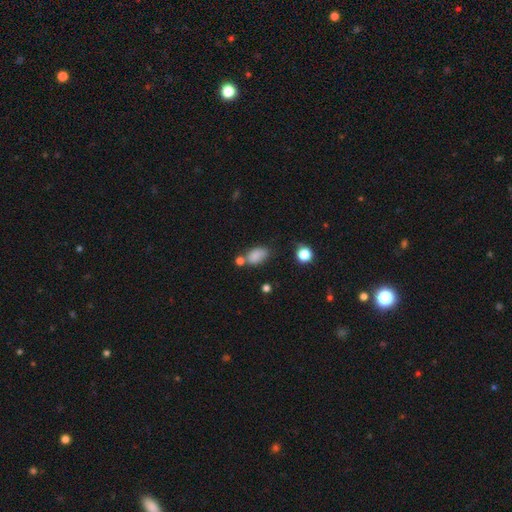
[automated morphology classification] Smooth or featured? smooth (82%)
How rounded? in between (87%)
Merging? none (54%)